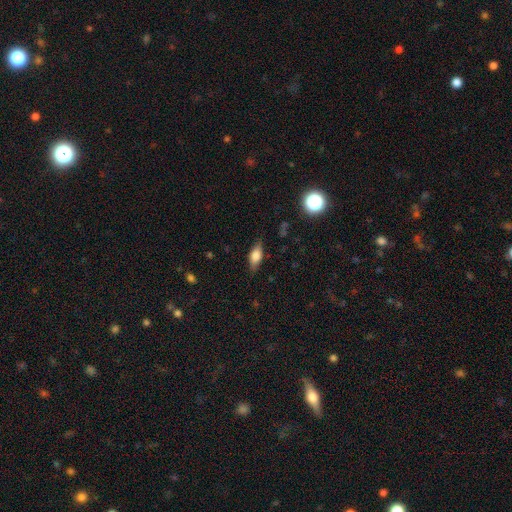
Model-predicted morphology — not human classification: This is likely a smooth galaxy (66%). How rounded: likely in between (75%). Merging: clearly none (80%).